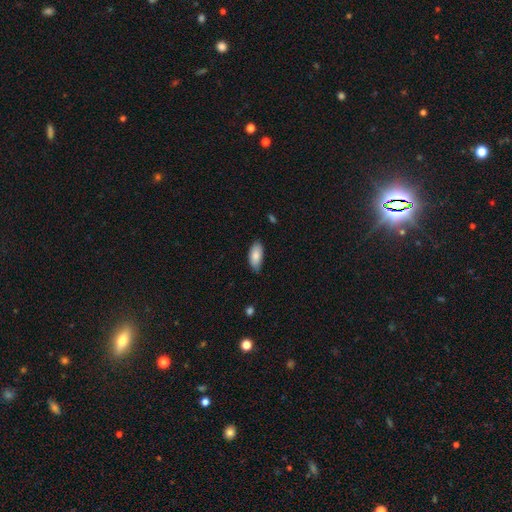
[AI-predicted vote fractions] Smooth or featured? Predicted: smooth (p=0.86). How rounded? Predicted: in between (p=0.91). Merging? Predicted: none (p=0.80).